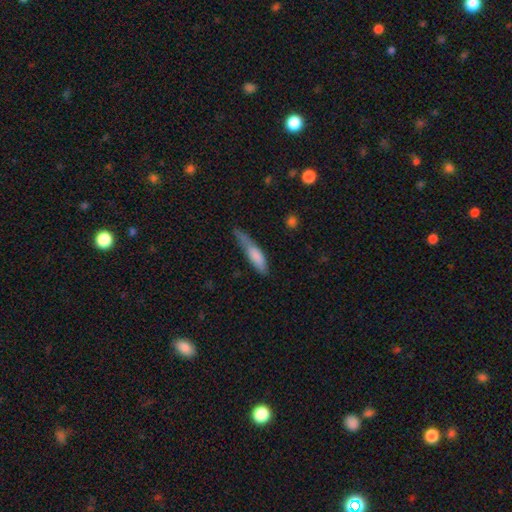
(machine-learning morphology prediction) The model was most divided on "merging": minor disturbance: 41%, none: 34%, major disturbance: 20%, merger: 5%. More confident: smooth or featured — smooth (76%); how rounded — cigar-shaped (71%).